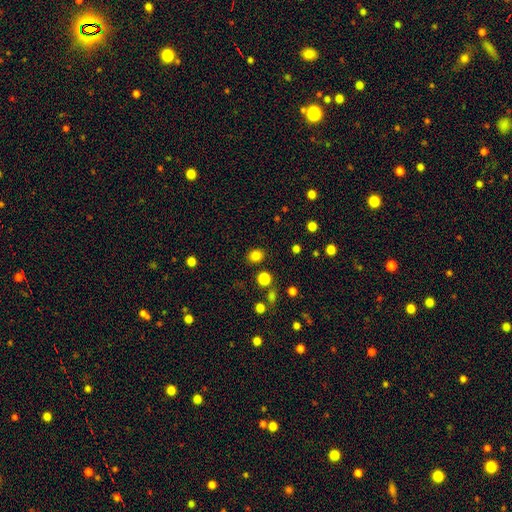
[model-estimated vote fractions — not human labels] Smooth or featured?
  - smooth: 83% *
  - star or artifact: 13%
  - featured or disk: 4%
How rounded?
  - round: 63% *
  - in between: 36%
  - cigar-shaped: 1%
Merging?
  - none: 86% *
  - minor disturbance: 8%
  - merger: 3%
  - major disturbance: 3%